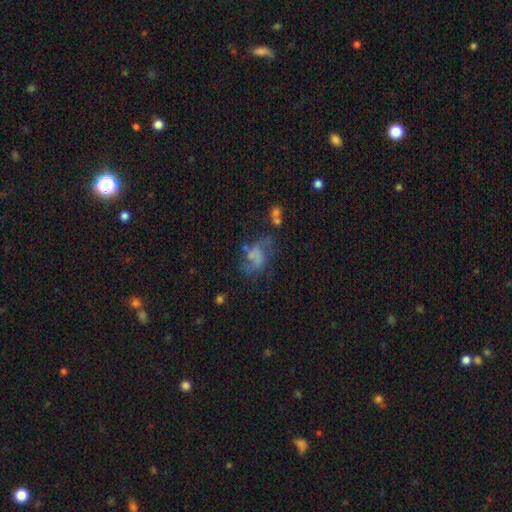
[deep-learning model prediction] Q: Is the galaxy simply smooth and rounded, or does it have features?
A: featured or disk — 49%.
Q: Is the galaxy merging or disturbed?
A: none — 37%.